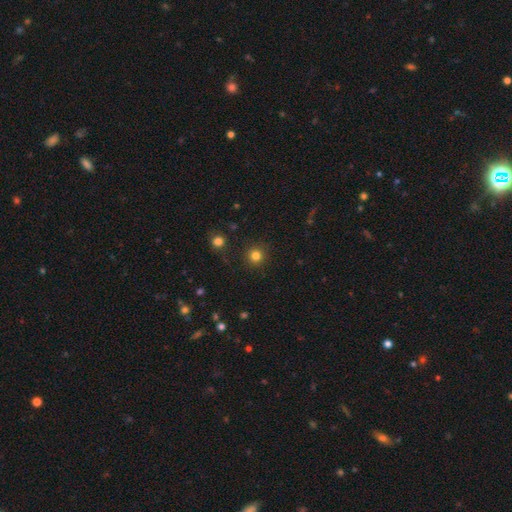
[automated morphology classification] The model was most divided on "smooth or featured": smooth: 82%, star or artifact: 14%, featured or disk: 5%. More confident: how rounded — round (95%); merging — none (91%).